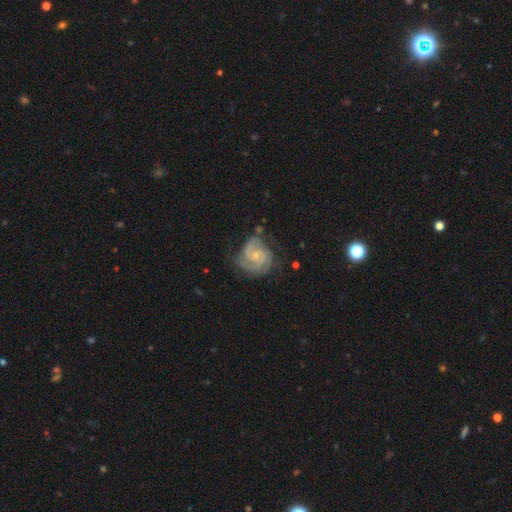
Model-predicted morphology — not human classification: A featured or disk galaxy (87%) with no bar (65%), 2 (51%) tight (61%) spiral arms (97%) and a small central bulge (69%). Merging: none (65%).